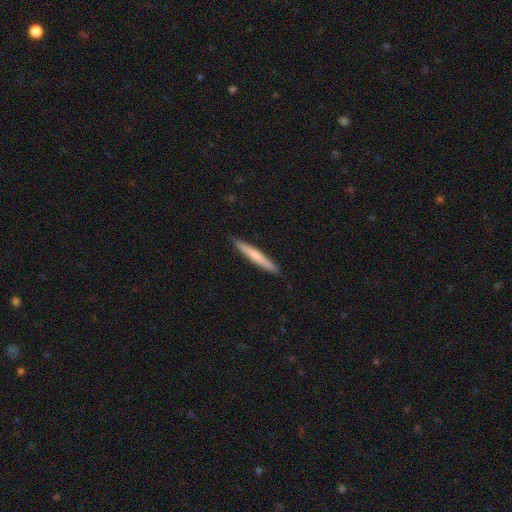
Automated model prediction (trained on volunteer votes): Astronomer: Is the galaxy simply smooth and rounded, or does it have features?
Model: smooth — 59% (runner-up: featured or disk, 36%).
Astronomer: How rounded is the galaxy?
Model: cigar-shaped — 96%.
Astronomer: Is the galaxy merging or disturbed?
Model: none — 91%.